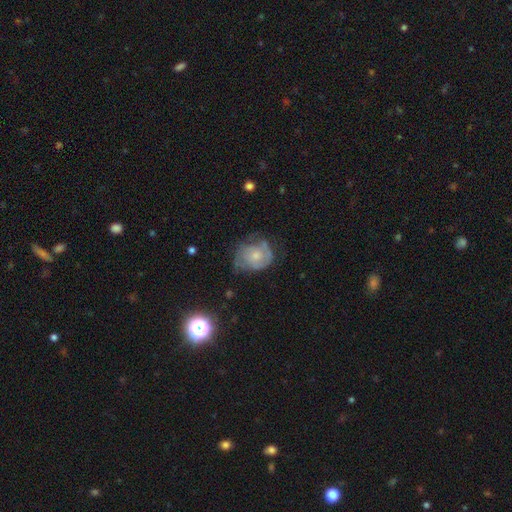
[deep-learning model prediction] smooth-or-featured: featured or disk: 53% | smooth: 38% | star or artifact: 9%
  disk-edge-on: no: 97% | yes: 3%
    bar: no: 82% | weak: 16% | strong: 2%
    has-spiral-arms: yes: 65% | no: 35%
    bulge-size: moderate: 47% | small: 42% | none: 6% | large: 5% | dominant: 1%
  merging: none: 48% | minor disturbance: 32% | major disturbance: 18% | merger: 2%